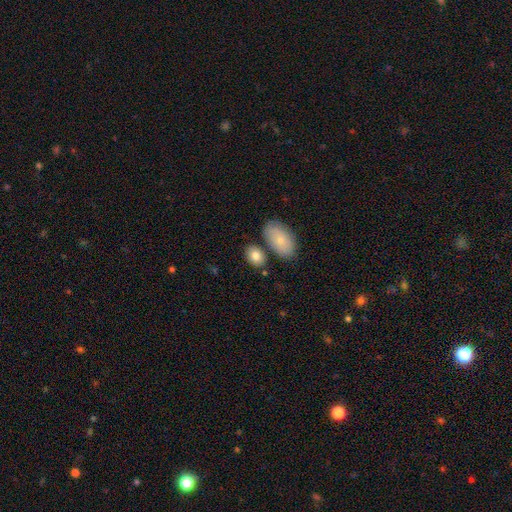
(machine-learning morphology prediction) The model was most divided on "merging": none: 67%, merger: 17%, minor disturbance: 13%, major disturbance: 4%. More confident: how rounded — in between (83%); smooth or featured — smooth (81%).